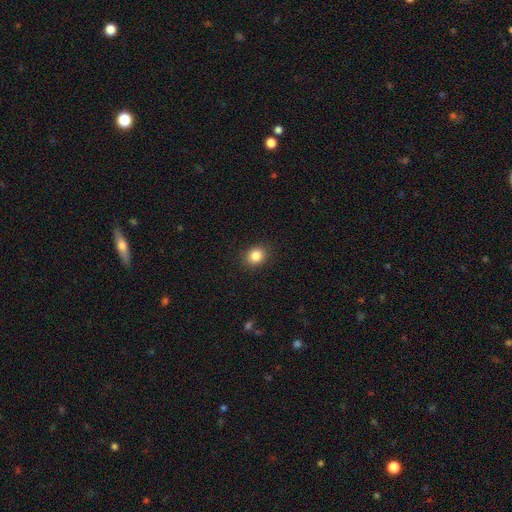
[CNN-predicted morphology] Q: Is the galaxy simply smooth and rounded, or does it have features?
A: smooth — 85%.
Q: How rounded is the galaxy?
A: round — 65%.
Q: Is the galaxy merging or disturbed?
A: none — 90%.